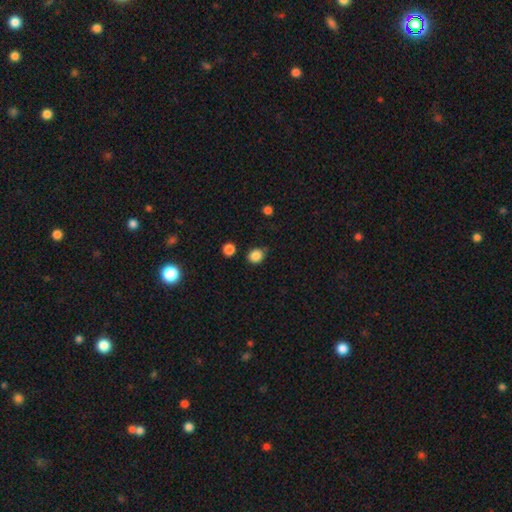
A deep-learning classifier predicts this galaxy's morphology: Smooth or featured?
  - smooth: 85% *
  - star or artifact: 11%
  - featured or disk: 4%
How rounded?
  - round: 74% *
  - in between: 25%
  - cigar-shaped: 1%
Merging?
  - none: 74% *
  - minor disturbance: 18%
  - merger: 4%
  - major disturbance: 4%